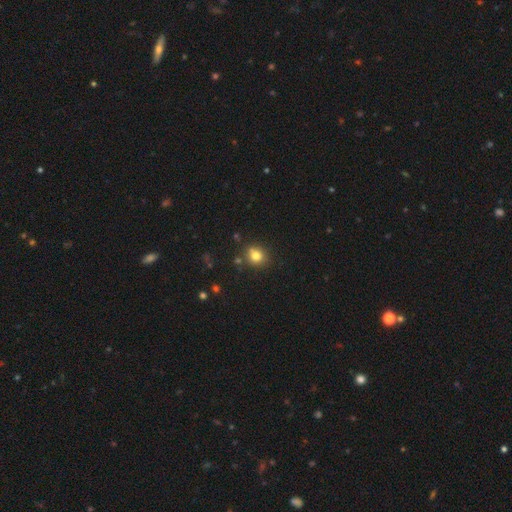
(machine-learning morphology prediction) A smooth galaxy with no disk features (78%) that is round (79%). Merging: none (76%).